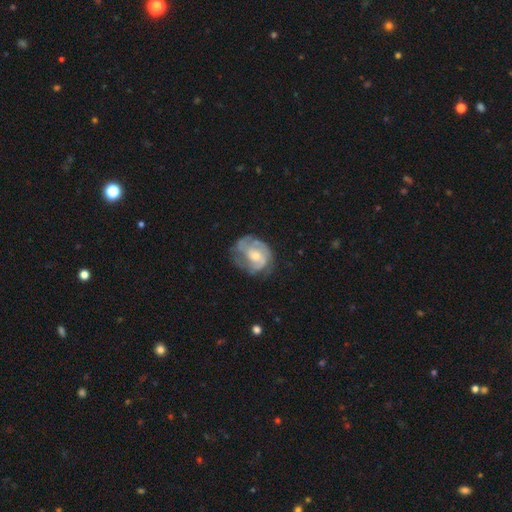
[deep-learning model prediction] Smooth or featured?
  - featured or disk: 72% *
  - smooth: 21%
  - star or artifact: 6%
Edge-on disk?
  - no: 98% *
  - yes: 2%
Bar?
  - no: 68% *
  - weak: 28%
  - strong: 5%
Spiral arms?
  - yes: 80% *
  - no: 20%
Spiral winding?
  - tight: 44% *
  - medium: 39%
  - loose: 17%
Spiral arm count?
  - 2: 36% *
  - can't tell: 34%
  - 3: 17%
  - 1: 7%
  - 4: 4%
  - more than 4: 3%
Bulge size?
  - moderate: 50% *
  - small: 40%
  - large: 5%
  - none: 4%
  - dominant: 1%
Merging?
  - none: 50% *
  - minor disturbance: 26%
  - major disturbance: 21%
  - merger: 2%